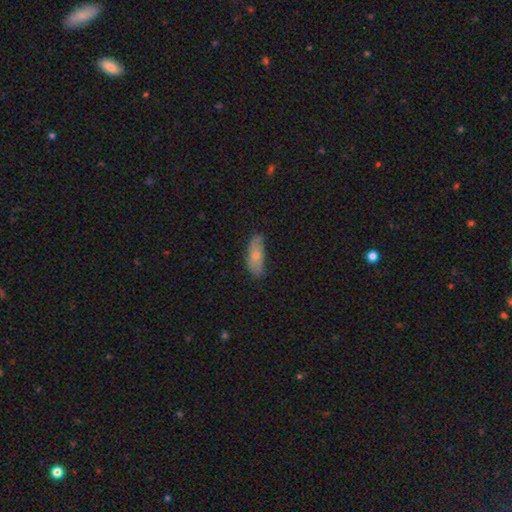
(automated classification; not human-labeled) A smooth galaxy with no disk features (71%) that is in between round and cigar-shaped (80%).

Vote fractions:
- Smooth or featured? smooth: 71% / featured or disk: 22% / star or artifact: 7%
- How rounded? in between: 80% / cigar-shaped: 17% / round: 3%
- Merging? none: 68% / minor disturbance: 25% / major disturbance: 5% / merger: 2%